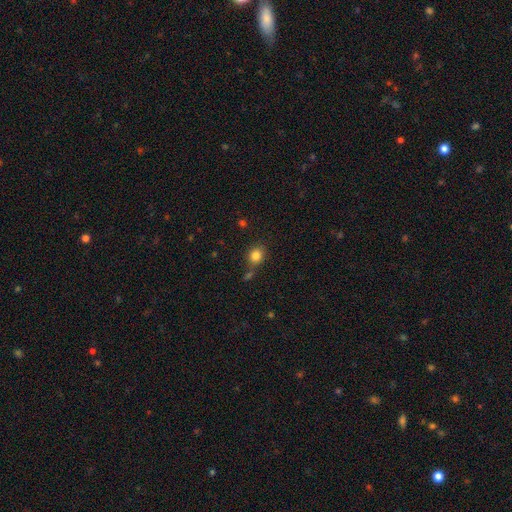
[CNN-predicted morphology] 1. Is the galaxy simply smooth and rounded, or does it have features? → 82% smooth, 11% star or artifact, 6% featured or disk.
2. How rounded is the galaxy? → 72% round, 27% in between, 1% cigar-shaped.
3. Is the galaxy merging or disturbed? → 70% none, 13% merger, 13% minor disturbance, 4% major disturbance.